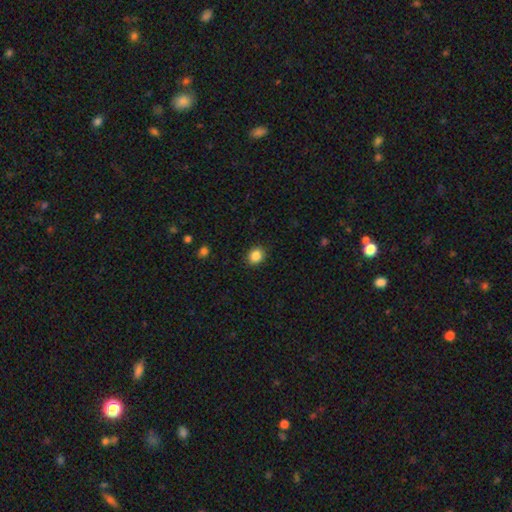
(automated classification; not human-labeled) Smooth or featured: smooth — 86% (star or artifact — 10%)
How rounded: round — 59% (in between — 40%)
Merging: none — 90% (minor disturbance — 7%)